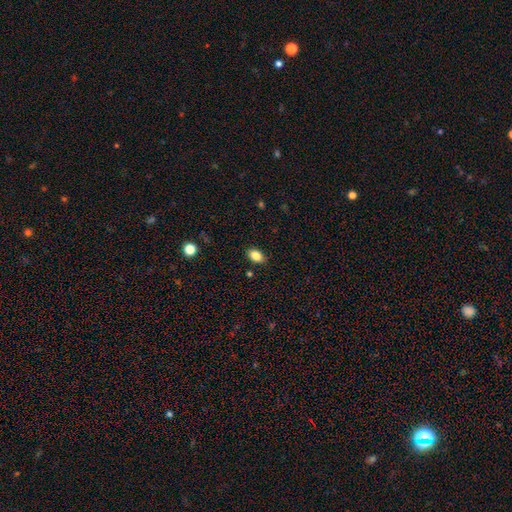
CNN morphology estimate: smooth 85%, star or artifact 9%, featured or disk 6%. Down the decision tree: how rounded — in between (86%); merging — none (87%).